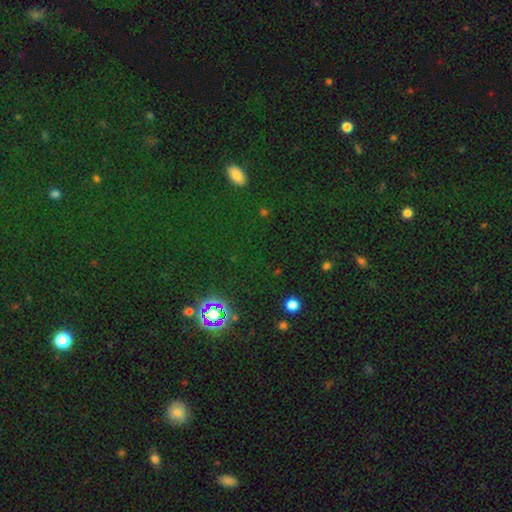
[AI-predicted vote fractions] Q: Smooth or featured?
A: star or artifact (68%); runner-up: smooth (23%)